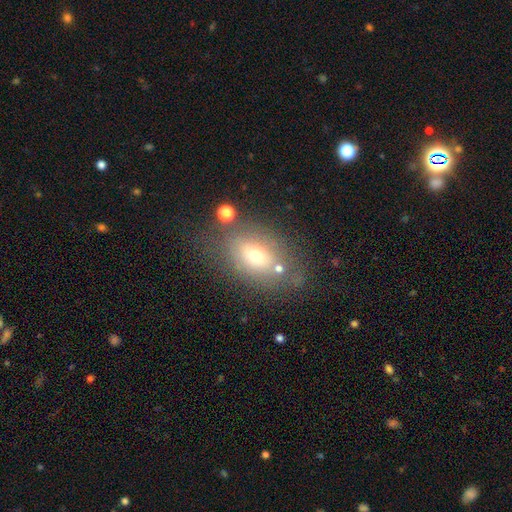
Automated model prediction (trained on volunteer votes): Smooth or featured: smooth — 63% (featured or disk — 24%)
How rounded: in between — 78% (round — 20%)
Merging: none — 64% (minor disturbance — 18%)